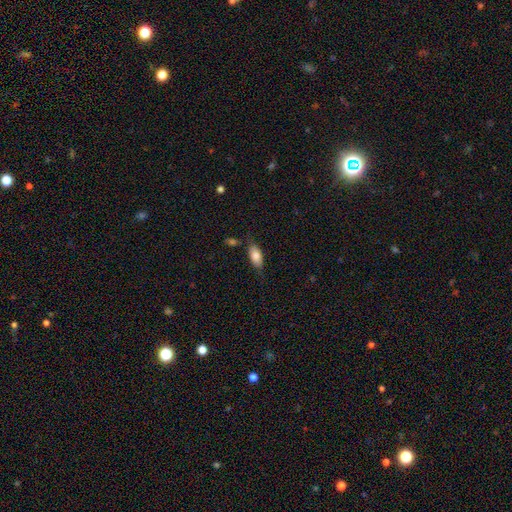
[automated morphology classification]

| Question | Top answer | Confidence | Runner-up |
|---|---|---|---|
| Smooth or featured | smooth | 81% | featured or disk (12%) |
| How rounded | in between | 88% | cigar-shaped (10%) |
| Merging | none | 75% | minor disturbance (17%) |